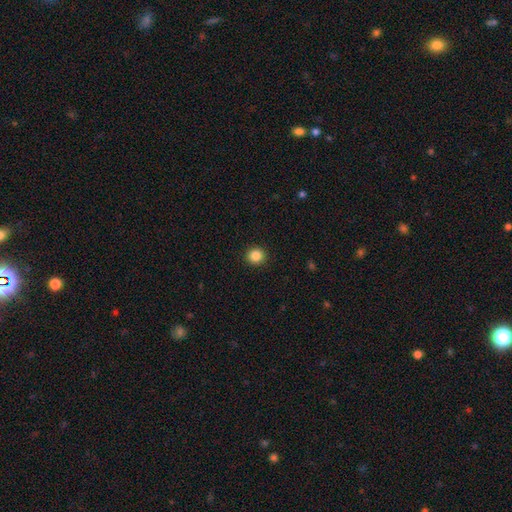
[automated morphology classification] smooth_or_featured: smooth (p=0.85) [alt: star or artifact p=0.11]
how_rounded: round (p=0.93) [alt: in between p=0.06]
merging: none (p=0.93) [alt: minor disturbance p=0.05]